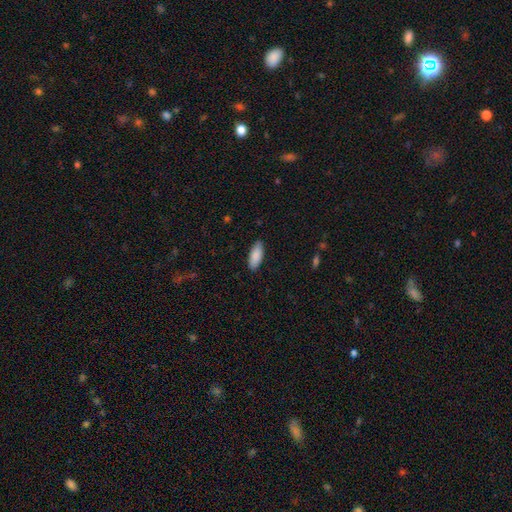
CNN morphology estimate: Q: Smooth or featured?
A: smooth (89%); runner-up: featured or disk (6%)
Q: How rounded?
A: in between (80%); runner-up: cigar-shaped (18%)
Q: Merging?
A: none (88%); runner-up: minor disturbance (9%)